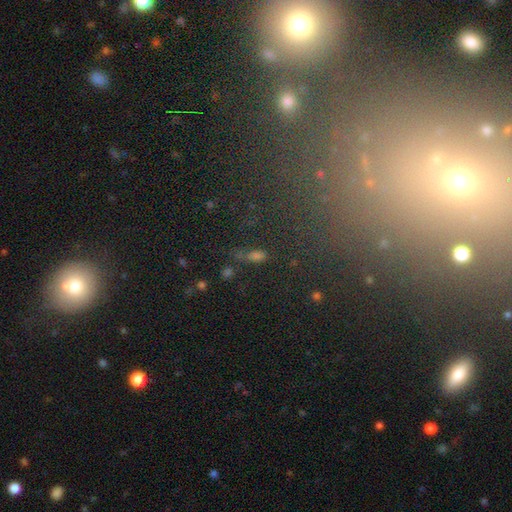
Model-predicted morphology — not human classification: type=star or artifact (45%).